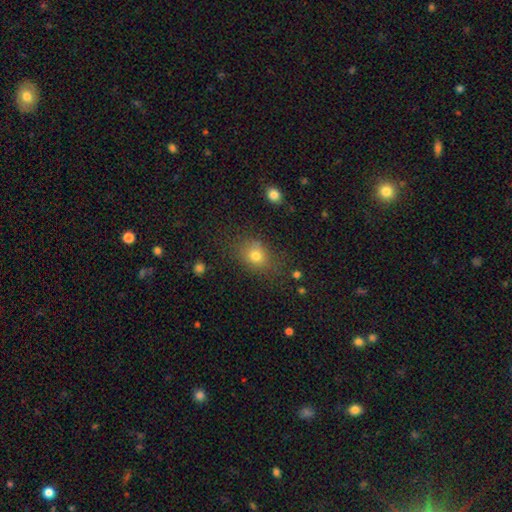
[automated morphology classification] smooth_or_featured: smooth (p=0.75) [alt: star or artifact p=0.15]
how_rounded: round (p=0.49) [tied with: in between p=0.49]
merging: none (p=0.71) [alt: minor disturbance p=0.17]